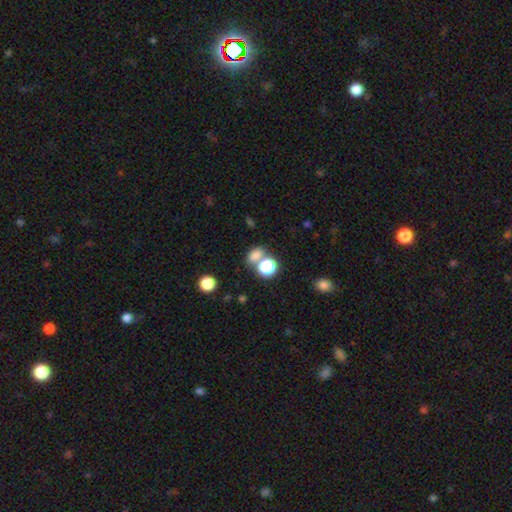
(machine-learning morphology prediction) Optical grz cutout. It shows a smooth galaxy with no disk features (72%) that is in between round and cigar-shaped (58%). Merging: none (58%).